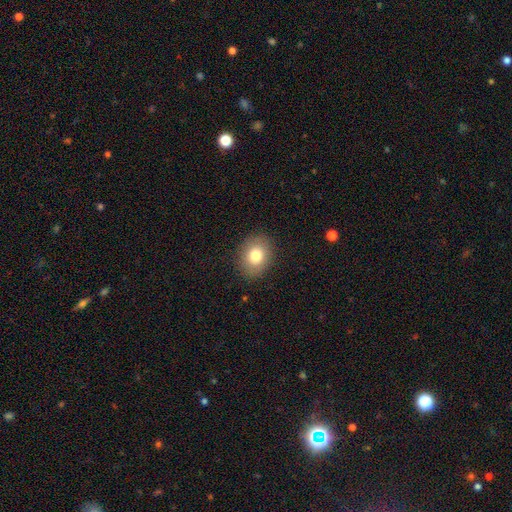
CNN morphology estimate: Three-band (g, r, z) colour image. It shows a smooth galaxy with no disk features (79%) that is in between round and cigar-shaped (51%). Merging: none (88%).